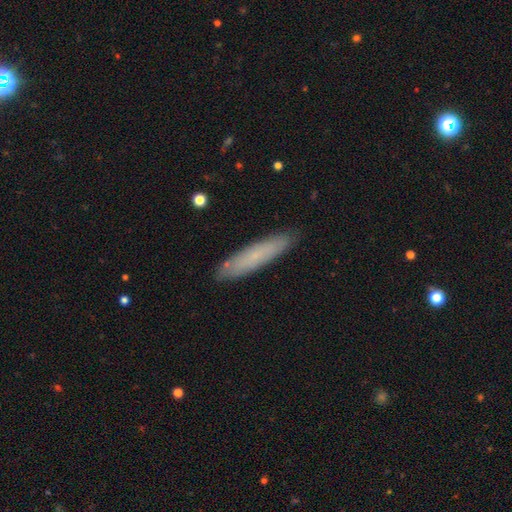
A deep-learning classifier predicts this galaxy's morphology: Q: Smooth or featured?
A: smooth (67%); runner-up: featured or disk (25%)
Q: How rounded?
A: cigar-shaped (84%); runner-up: in between (15%)
Q: Merging?
A: none (88%); runner-up: minor disturbance (9%)